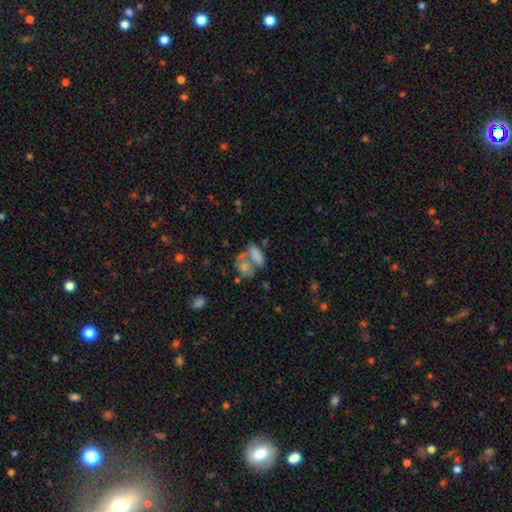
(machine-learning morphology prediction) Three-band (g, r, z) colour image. It shows a smooth galaxy with no disk features (68%) that is in between round and cigar-shaped (82%). Merging: merger (55%).